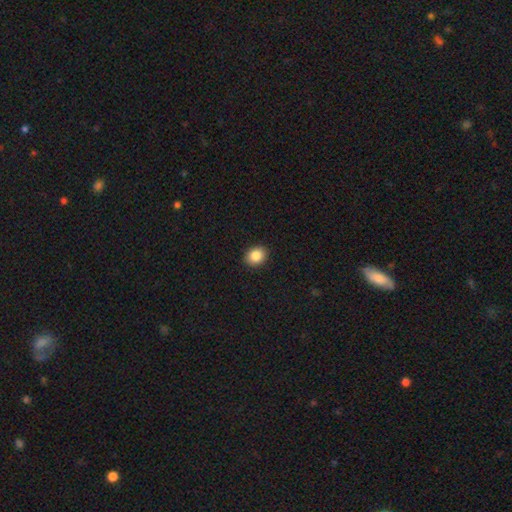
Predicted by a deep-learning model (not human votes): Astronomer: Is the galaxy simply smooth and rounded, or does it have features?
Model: smooth — 85%.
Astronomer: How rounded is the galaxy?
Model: in between — 50% (runner-up: round, 49%).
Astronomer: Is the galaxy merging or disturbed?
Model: none — 91%.